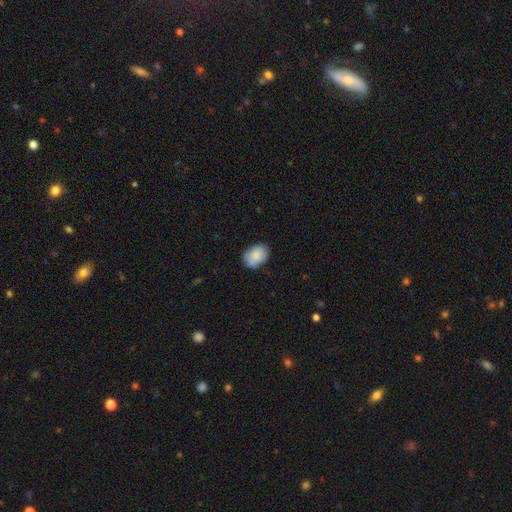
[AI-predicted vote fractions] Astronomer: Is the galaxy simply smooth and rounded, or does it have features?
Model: smooth — 87%.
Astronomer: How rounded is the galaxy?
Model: in between — 77%.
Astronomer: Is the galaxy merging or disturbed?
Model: none — 81%.